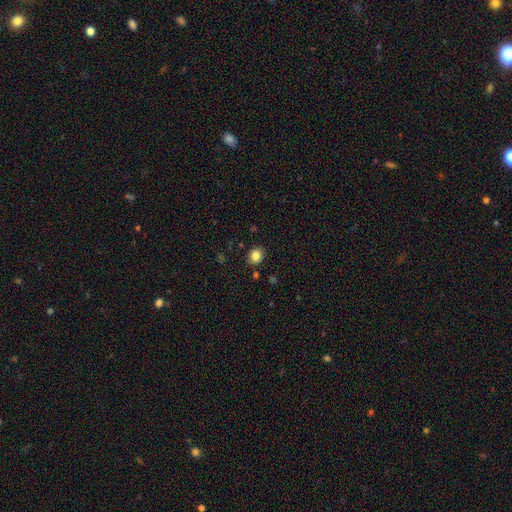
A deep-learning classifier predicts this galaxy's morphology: smooth-or-featured: smooth: 84% | star or artifact: 11% | featured or disk: 6%
  how-rounded: round: 67% | in between: 32% | cigar-shaped: 1%
  merging: none: 88% | minor disturbance: 8% | major disturbance: 2% | merger: 2%